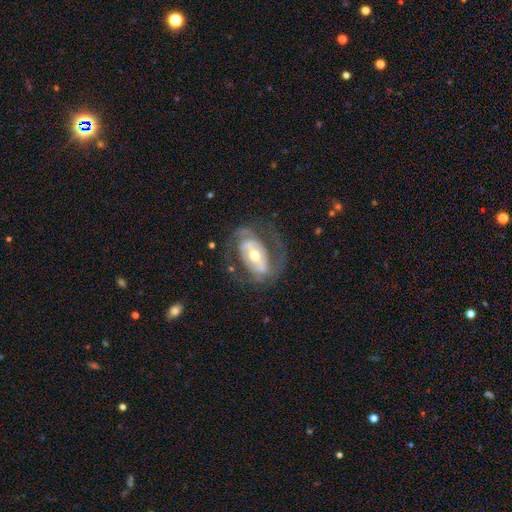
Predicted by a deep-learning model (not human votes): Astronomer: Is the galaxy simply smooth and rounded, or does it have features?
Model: featured or disk — 78%.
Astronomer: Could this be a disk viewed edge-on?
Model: no — 94%.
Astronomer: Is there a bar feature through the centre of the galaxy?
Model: no — 39% (runner-up: strong, 33%).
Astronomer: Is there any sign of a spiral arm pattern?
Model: yes — 77%.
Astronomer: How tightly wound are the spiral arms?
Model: medium — 43% (runner-up: tight, 37%).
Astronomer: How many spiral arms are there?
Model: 2 — 74%.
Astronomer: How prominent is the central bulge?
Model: moderate — 58%.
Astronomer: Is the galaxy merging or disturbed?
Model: none — 64%.